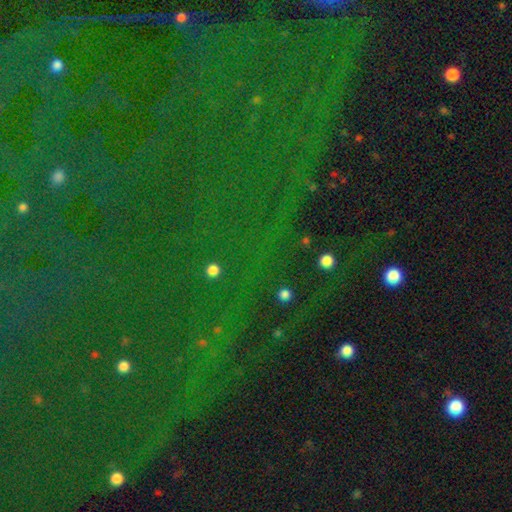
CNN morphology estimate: Smooth or featured?
  - star or artifact: 85% *
  - smooth: 8%
  - featured or disk: 7%